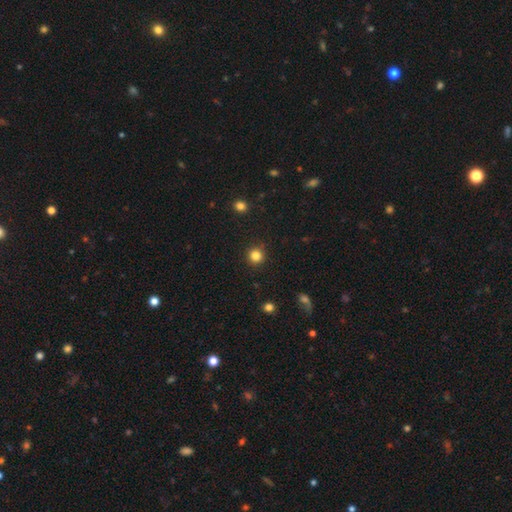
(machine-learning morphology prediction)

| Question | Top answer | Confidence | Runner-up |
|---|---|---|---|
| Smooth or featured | smooth | 83% | star or artifact (13%) |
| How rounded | round | 94% | in between (5%) |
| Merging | none | 91% | minor disturbance (6%) |